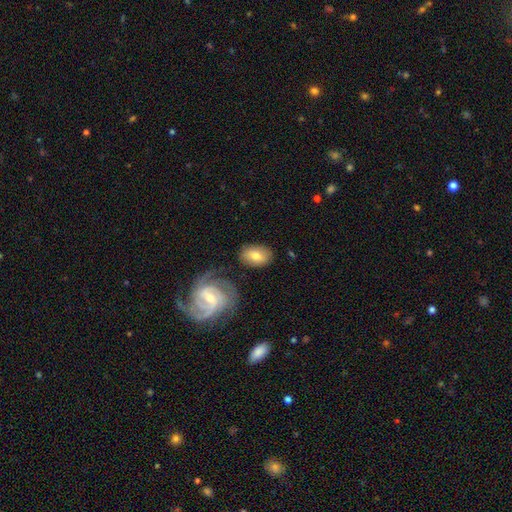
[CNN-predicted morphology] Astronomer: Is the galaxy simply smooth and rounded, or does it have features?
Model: smooth — 68%.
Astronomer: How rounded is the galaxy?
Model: in between — 83%.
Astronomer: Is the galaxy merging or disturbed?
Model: none — 75%.